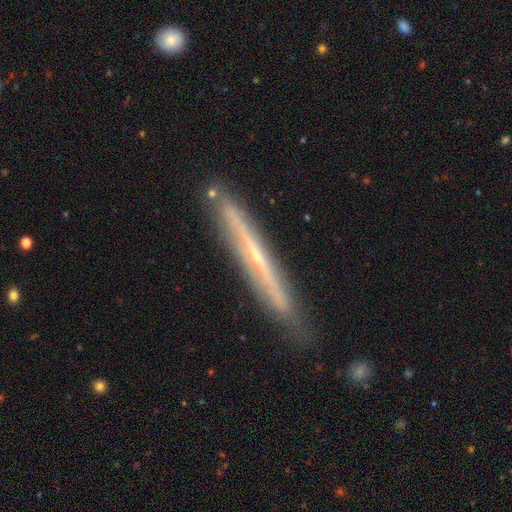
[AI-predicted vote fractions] This is likely a featured or disk galaxy (70%). It is clearly viewed edge-on (94%). Edge-on bulge: possibly none (54%). Merging: clearly none (83%).